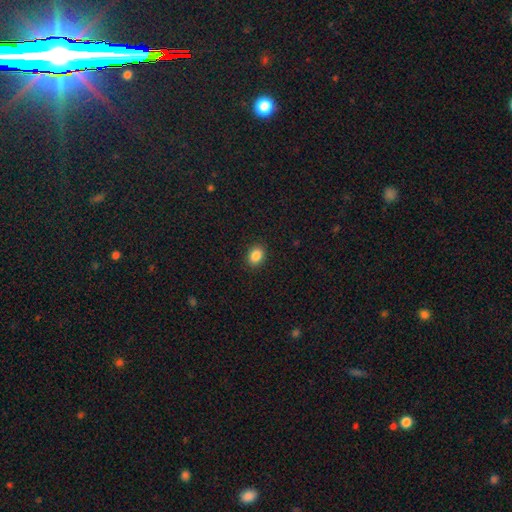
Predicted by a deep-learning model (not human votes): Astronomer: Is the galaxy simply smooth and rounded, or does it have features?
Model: smooth — 87%.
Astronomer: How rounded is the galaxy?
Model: in between — 64%.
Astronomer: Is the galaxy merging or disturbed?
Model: none — 90%.